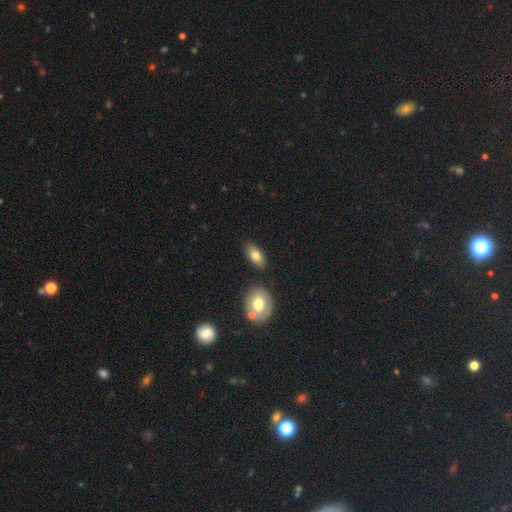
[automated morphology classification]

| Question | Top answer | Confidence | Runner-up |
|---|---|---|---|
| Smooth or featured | smooth | 76% | featured or disk (16%) |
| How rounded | in between | 89% | cigar-shaped (6%) |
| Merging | none | 80% | minor disturbance (11%) |